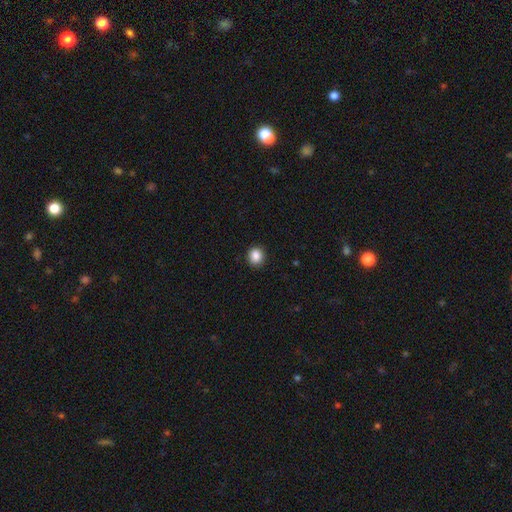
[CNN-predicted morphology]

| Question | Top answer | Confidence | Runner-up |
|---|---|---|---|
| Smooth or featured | smooth | 87% | star or artifact (9%) |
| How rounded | round | 81% | in between (18%) |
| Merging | none | 91% | minor disturbance (6%) |